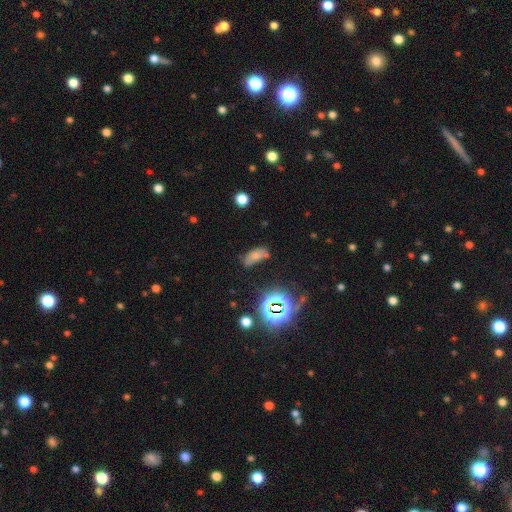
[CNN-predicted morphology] This is possibly a smooth galaxy (58%). How rounded: clearly in between (83%). Merging: possibly none (51%).